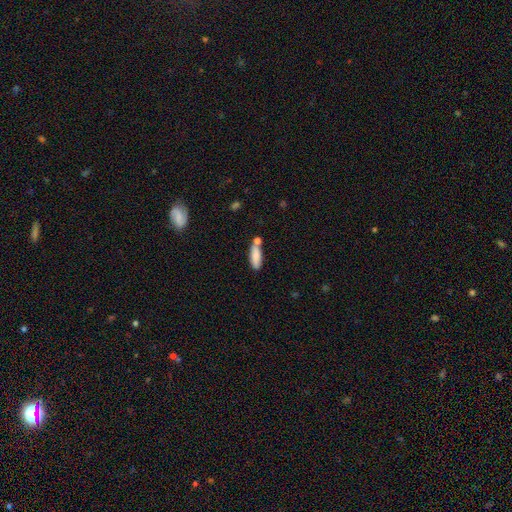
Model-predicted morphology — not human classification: type=smooth (83%); roundness=in between (56%); merging=none (60%).